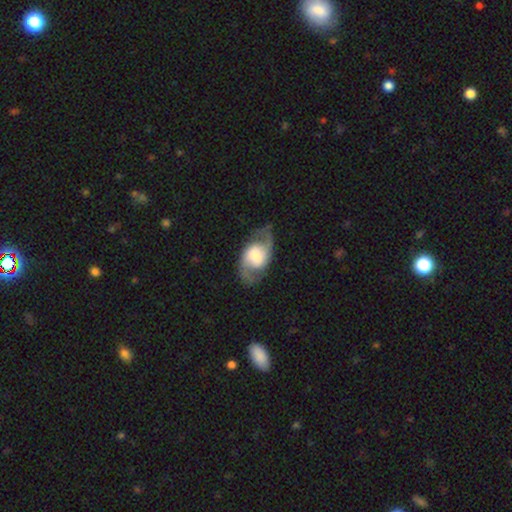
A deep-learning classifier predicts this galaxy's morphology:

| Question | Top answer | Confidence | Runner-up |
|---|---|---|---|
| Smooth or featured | featured or disk | 78% | smooth (17%) |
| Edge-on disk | no | 96% | yes (4%) |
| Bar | no | 46% | weak (38%) |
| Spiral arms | yes | 91% | no (9%) |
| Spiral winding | medium | 46% | loose (38%) |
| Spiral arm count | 2 | 92% | can't tell (4%) |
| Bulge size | large | 39% | moderate (24%) |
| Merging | none | 75% | minor disturbance (15%) |